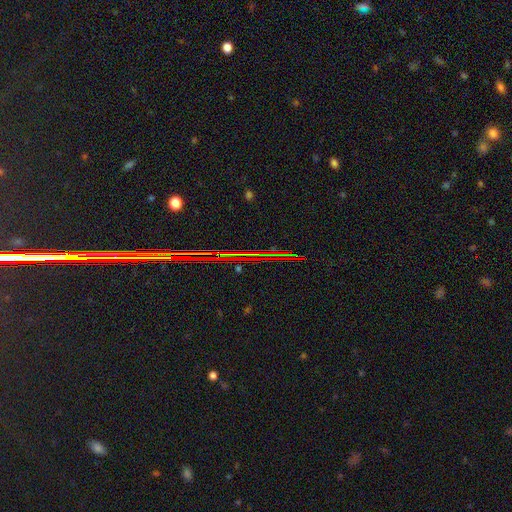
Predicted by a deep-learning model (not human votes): Smooth or featured: star or artifact — 84% (featured or disk — 8%)